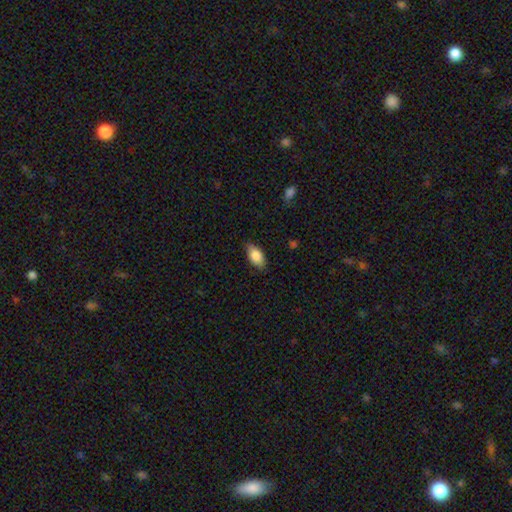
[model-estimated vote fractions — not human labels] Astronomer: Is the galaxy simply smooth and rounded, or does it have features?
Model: smooth — 84%.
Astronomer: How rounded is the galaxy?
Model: in between — 91%.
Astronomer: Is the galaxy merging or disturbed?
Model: none — 82%.